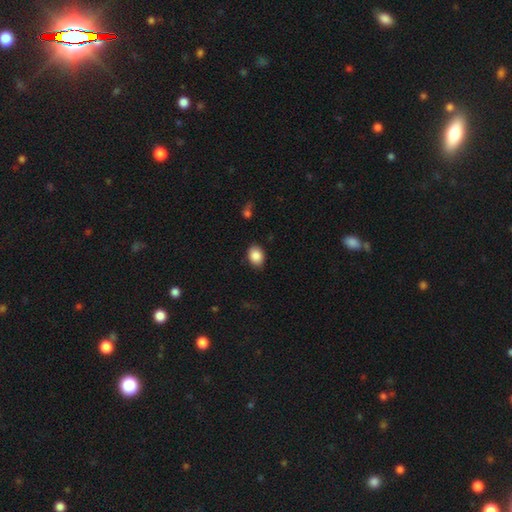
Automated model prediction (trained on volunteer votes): Overall: smooth (88%). How rounded: in between (72%). Merging: none (85%).